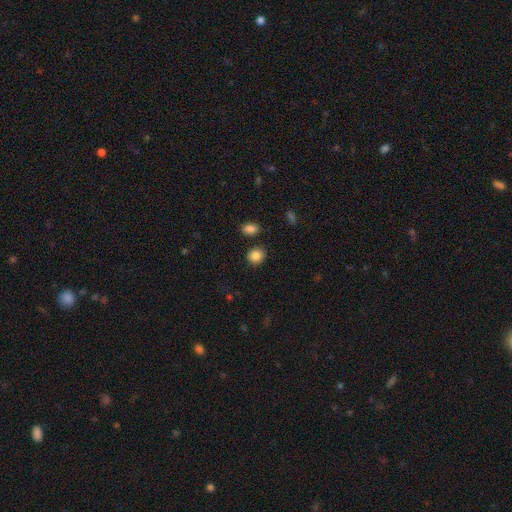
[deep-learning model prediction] Smooth or featured? smooth (86%)
How rounded? round (69%)
Merging? none (84%)